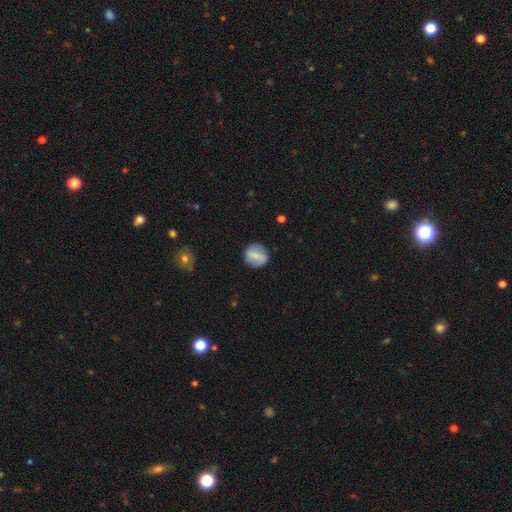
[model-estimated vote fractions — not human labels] Smooth or featured? Predicted: smooth (p=0.52). How rounded? Predicted: round (p=0.79). Merging? Predicted: none (p=0.85).